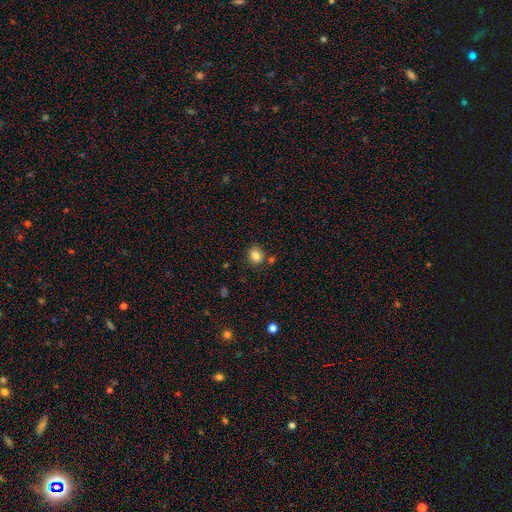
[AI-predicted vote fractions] smooth_or_featured: smooth (p=0.84) [alt: star or artifact p=0.10]
how_rounded: round (p=0.58) [alt: in between p=0.41]
merging: none (p=0.76) [alt: minor disturbance p=0.13]